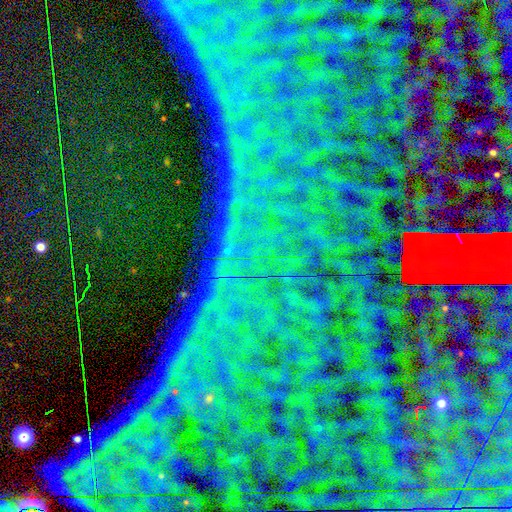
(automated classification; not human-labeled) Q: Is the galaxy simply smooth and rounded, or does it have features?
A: star or artifact — 85%.